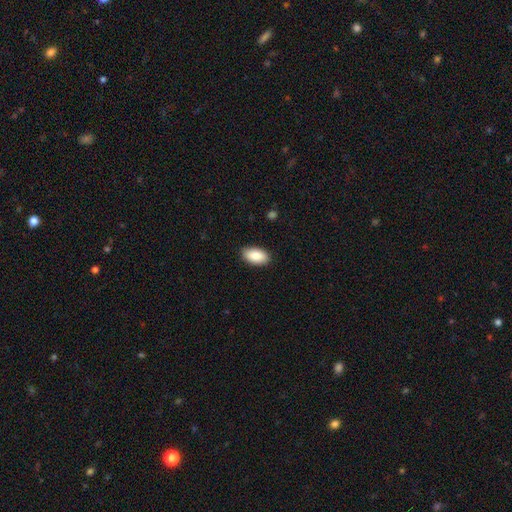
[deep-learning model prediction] The model was most divided on "smooth or featured": smooth: 86%, featured or disk: 7%, star or artifact: 6%. More confident: how rounded — in between (95%); merging — none (89%).